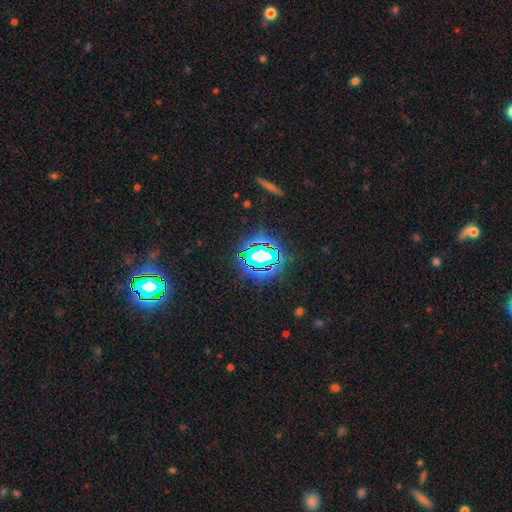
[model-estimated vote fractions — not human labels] Smooth or featured? star or artifact (69%)